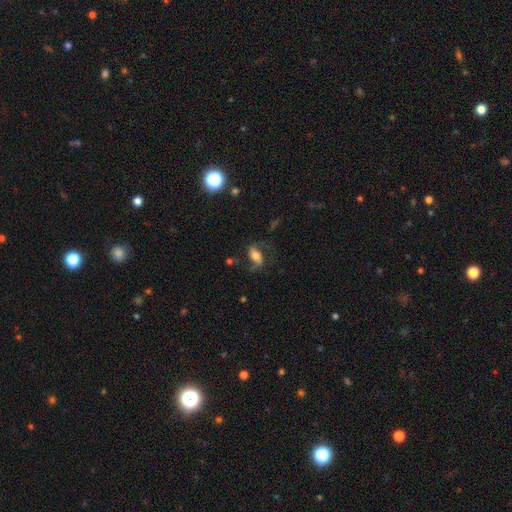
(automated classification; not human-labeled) smooth-or-featured: featured or disk: 55% | smooth: 35% | star or artifact: 10%
  disk-edge-on: no: 93% | yes: 7%
    bar: no: 43% | weak: 32% | strong: 26%
    has-spiral-arms: yes: 86% | no: 14%
    bulge-size: moderate: 51% | large: 26% | small: 15% | dominant: 4% | none: 3%
  merging: none: 59% | major disturbance: 20% | minor disturbance: 19% | merger: 3%